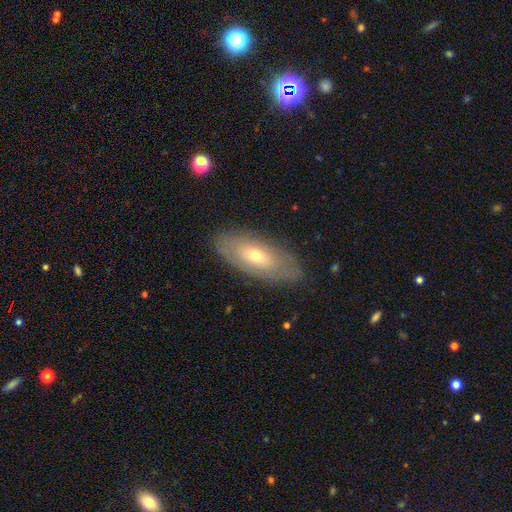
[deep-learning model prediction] smooth_or_featured: smooth (p=0.47) [alt: featured or disk p=0.46]
merging: none (p=0.81) [alt: minor disturbance p=0.14]